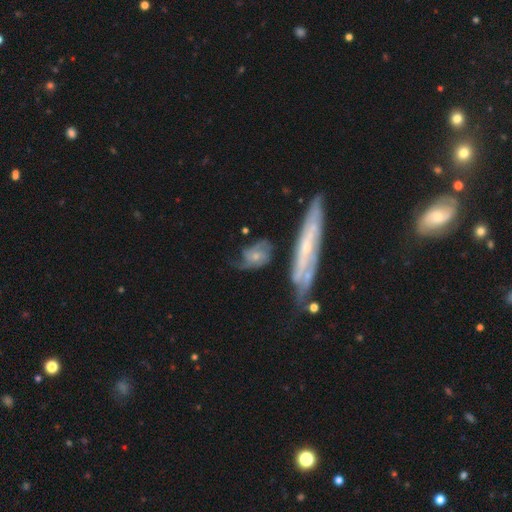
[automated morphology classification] Q: Smooth or featured?
A: featured or disk (61%); runner-up: smooth (31%)
Q: Edge-on disk?
A: no (89%); runner-up: yes (11%)
Q: Bar?
A: no (72%); runner-up: weak (23%)
Q: Spiral arms?
A: yes (80%); runner-up: no (20%)
Q: Bulge size?
A: small (42%); runner-up: moderate (40%)
Q: Merging?
A: none (41%); runner-up: minor disturbance (26%)